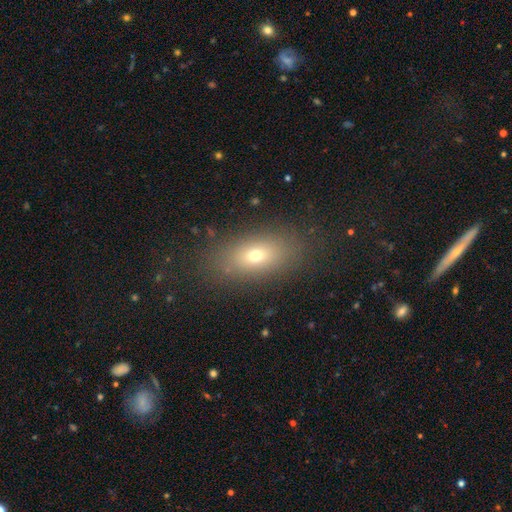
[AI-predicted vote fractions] The model was most divided on "smooth or featured": smooth: 67%, featured or disk: 18%, star or artifact: 15%. More confident: merging — none (84%); how rounded — in between (79%).